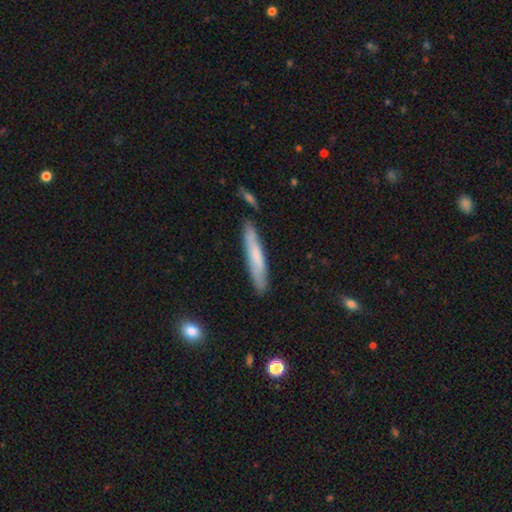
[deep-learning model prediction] Smooth or featured? Predicted: smooth (p=0.61). How rounded? Predicted: cigar-shaped (p=0.92). Merging? Predicted: none (p=0.82).